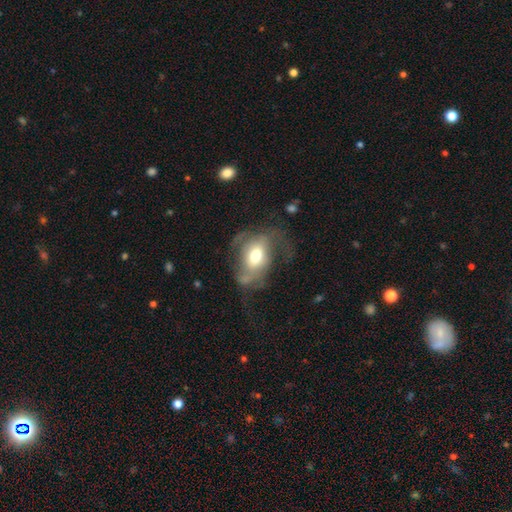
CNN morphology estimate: This appears to be a smooth galaxy with no disk features (47%). Merging: major disturbance (41%).